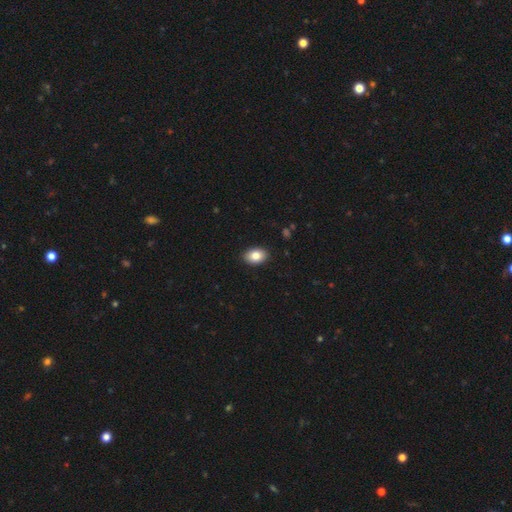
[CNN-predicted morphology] Smooth or featured? Predicted: smooth (p=0.85). How rounded? Predicted: in between (p=0.85). Merging? Predicted: none (p=0.90).